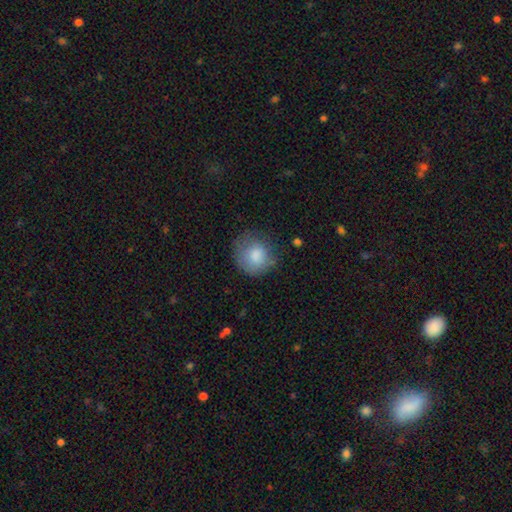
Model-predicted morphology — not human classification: Smooth or featured: smooth — 81% (featured or disk — 11%)
How rounded: round — 86% (in between — 13%)
Merging: none — 64% (minor disturbance — 24%)